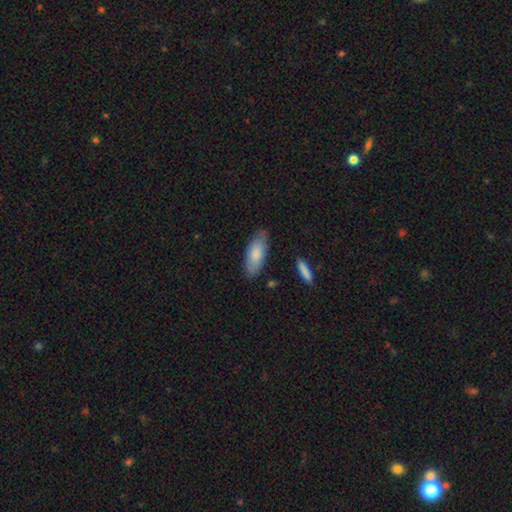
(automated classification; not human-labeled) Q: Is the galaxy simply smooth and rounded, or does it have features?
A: smooth — 80%.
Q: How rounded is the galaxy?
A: in between — 80%.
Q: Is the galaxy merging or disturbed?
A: none — 77%.